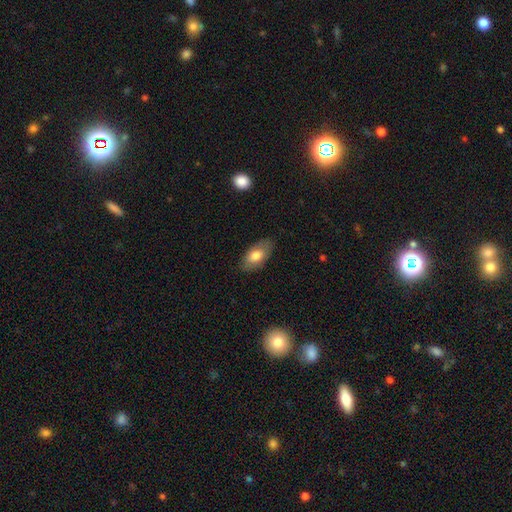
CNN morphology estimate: smooth 76%, featured or disk 18%, star or artifact 6%. Down the decision tree: how rounded — in between (92%); merging — none (82%).